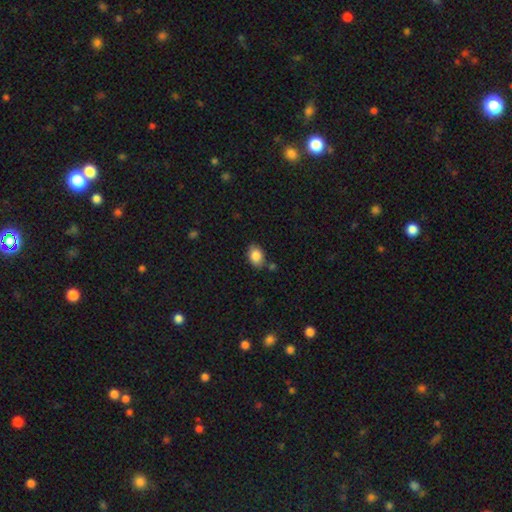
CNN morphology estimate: Overall: smooth (86%). How rounded: in between (78%). Merging: none (76%).